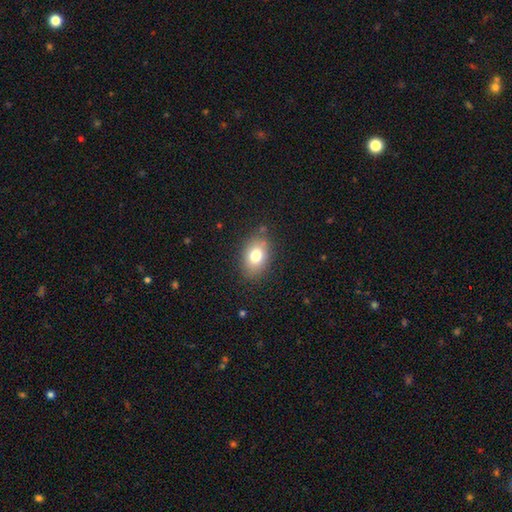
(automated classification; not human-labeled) A smooth galaxy with no disk features (77%) that is in between round and cigar-shaped (78%). Merging: none (82%).